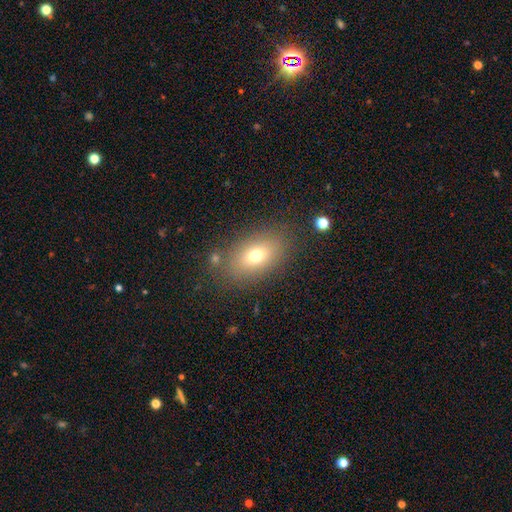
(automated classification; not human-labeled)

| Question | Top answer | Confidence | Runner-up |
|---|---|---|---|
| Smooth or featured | smooth | 70% | featured or disk (17%) |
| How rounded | in between | 81% | round (16%) |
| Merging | none | 80% | minor disturbance (11%) |